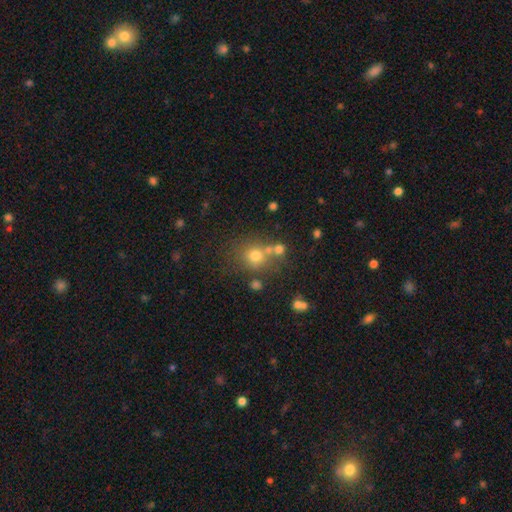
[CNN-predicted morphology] smooth-or-featured: smooth: 69% | star or artifact: 19% | featured or disk: 13%
  how-rounded: round: 83% | in between: 16% | cigar-shaped: 1%
  merging: none: 61% | merger: 22% | minor disturbance: 11% | major disturbance: 5%